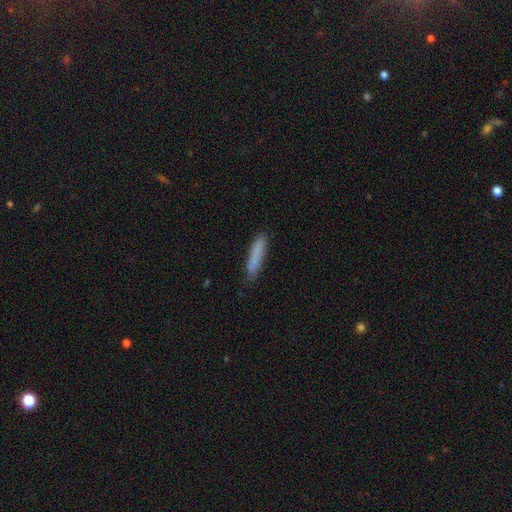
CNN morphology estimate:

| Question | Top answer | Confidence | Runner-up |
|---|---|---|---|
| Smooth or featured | smooth | 81% | featured or disk (12%) |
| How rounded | cigar-shaped | 89% | in between (9%) |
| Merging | none | 83% | minor disturbance (13%) |